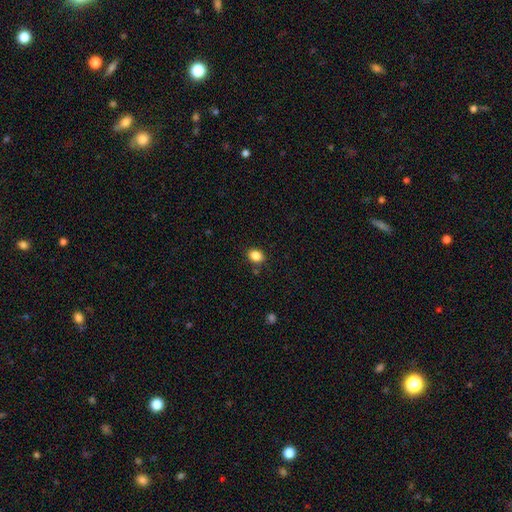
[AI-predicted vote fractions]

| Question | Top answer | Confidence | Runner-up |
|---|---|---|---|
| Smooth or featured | smooth | 86% | star or artifact (10%) |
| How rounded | in between | 57% | round (42%) |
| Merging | none | 85% | minor disturbance (10%) |